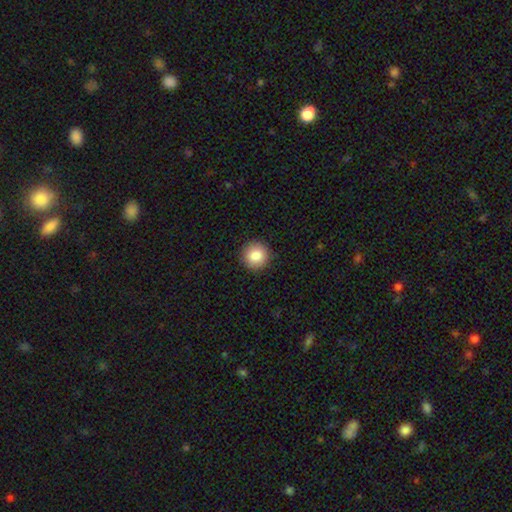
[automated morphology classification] smooth-or-featured: smooth: 85% | star or artifact: 9% | featured or disk: 7%
  how-rounded: round: 94% | in between: 5% | cigar-shaped: 1%
  merging: none: 91% | minor disturbance: 6% | major disturbance: 2% | merger: 1%